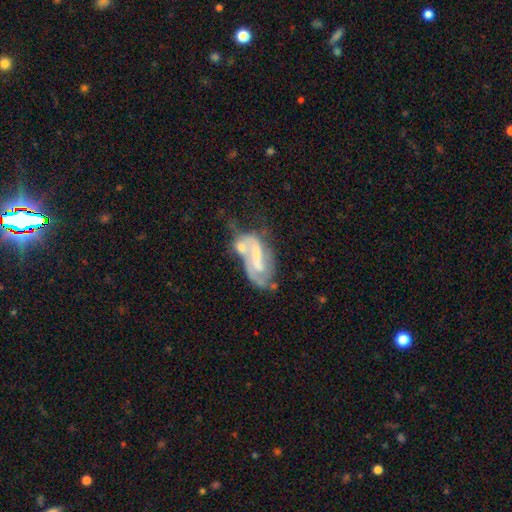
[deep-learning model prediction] Smooth or featured? featured or disk (75%)
Edge-on disk? no (95%)
Bar? weak (42%)
Spiral arms? yes (78%)
Spiral winding? medium (43%)
Spiral arm count? 2 (57%)
Bulge size? small (42%)
Merging? merger (35%)